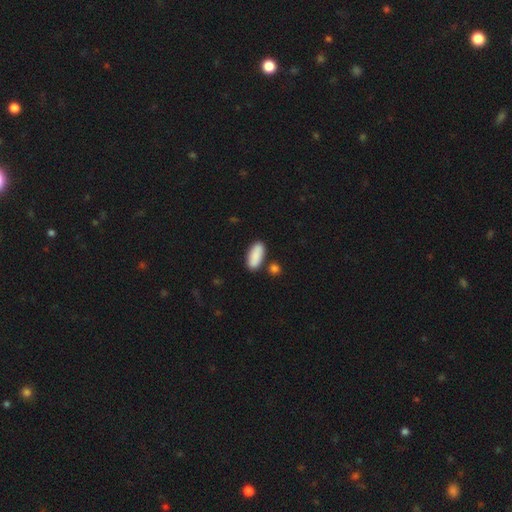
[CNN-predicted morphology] A smooth galaxy with no disk features (90%) that is in between round and cigar-shaped (82%).

Vote fractions:
- Smooth or featured? smooth: 90% / star or artifact: 6% / featured or disk: 5%
- How rounded? in between: 82% / cigar-shaped: 16% / round: 2%
- Merging? none: 80% / minor disturbance: 10% / merger: 7% / major disturbance: 3%